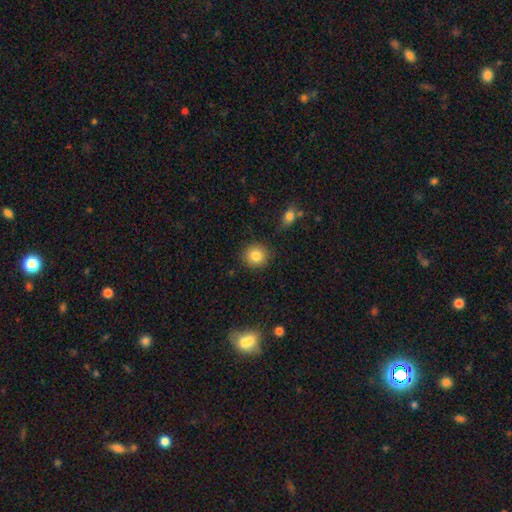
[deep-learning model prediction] Smooth or featured? Predicted: smooth (p=0.84). How rounded? Predicted: round (p=0.91). Merging? Predicted: none (p=0.88).